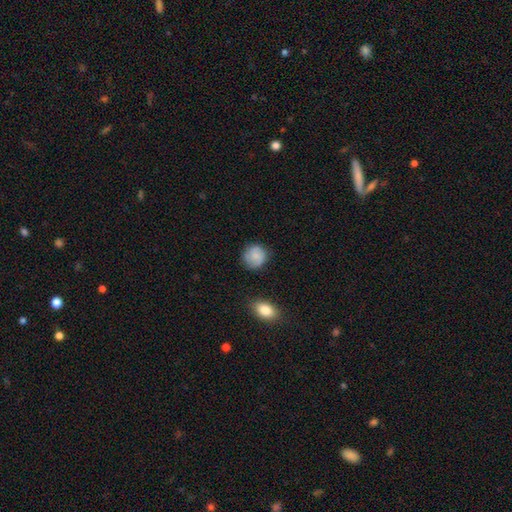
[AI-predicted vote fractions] Smooth or featured? Predicted: smooth (p=0.73). How rounded? Predicted: round (p=0.85). Merging? Predicted: none (p=0.77).